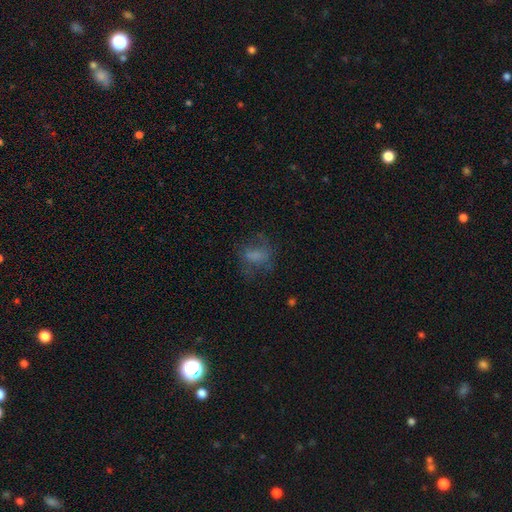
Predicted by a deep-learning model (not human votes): A smooth galaxy with no disk features (55%) that is in between round and cigar-shaped (63%).

Vote fractions:
- Smooth or featured? smooth: 55% / featured or disk: 29% / star or artifact: 16%
- How rounded? in between: 63% / round: 33% / cigar-shaped: 3%
- Merging? none: 49% / major disturbance: 27% / minor disturbance: 21% / merger: 2%